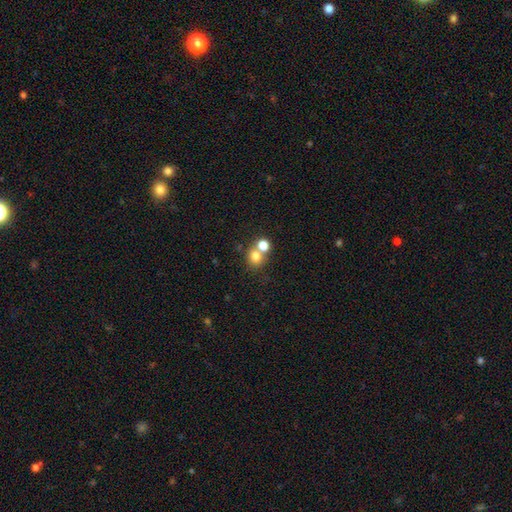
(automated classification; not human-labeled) smooth 76%, star or artifact 14%, featured or disk 10%. Down the decision tree: how rounded — round (81%); merging — none (48%).